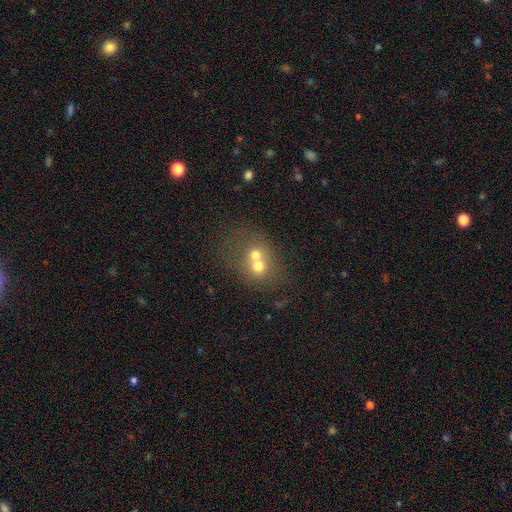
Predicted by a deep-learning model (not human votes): A smooth galaxy with no disk features (53%) that is round (66%). Merging: merger (63%).